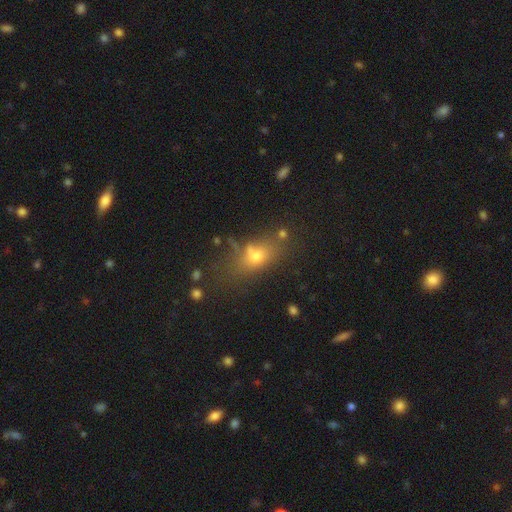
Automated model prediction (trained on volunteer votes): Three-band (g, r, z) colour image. It shows a smooth galaxy with no disk features (64%) that is in between round and cigar-shaped (70%). Merging: none (57%).